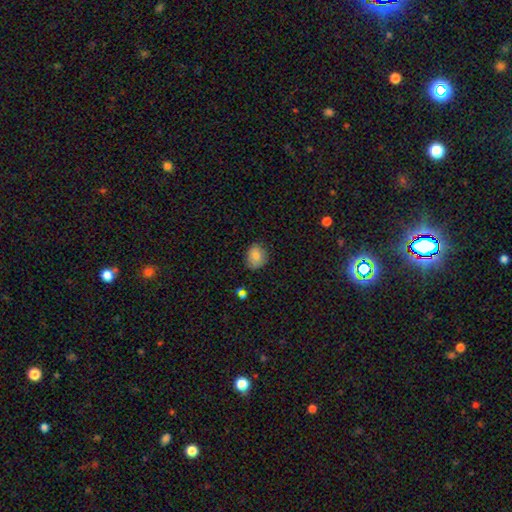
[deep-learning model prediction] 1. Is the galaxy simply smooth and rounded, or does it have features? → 83% smooth, 9% star or artifact, 8% featured or disk.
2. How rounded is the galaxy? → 50% round, 49% in between, 1% cigar-shaped.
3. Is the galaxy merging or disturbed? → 79% none, 17% minor disturbance, 3% major disturbance, 1% merger.